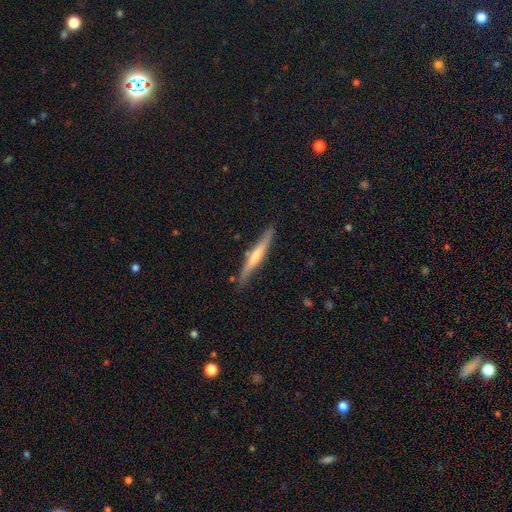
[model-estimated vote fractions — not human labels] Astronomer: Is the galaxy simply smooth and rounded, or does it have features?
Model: featured or disk — 53% (runner-up: smooth, 41%).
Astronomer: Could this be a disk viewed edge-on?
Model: yes — 95%.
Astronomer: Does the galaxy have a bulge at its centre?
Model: rounded — 51% (runner-up: none, 35%).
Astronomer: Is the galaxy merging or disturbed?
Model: none — 84%.